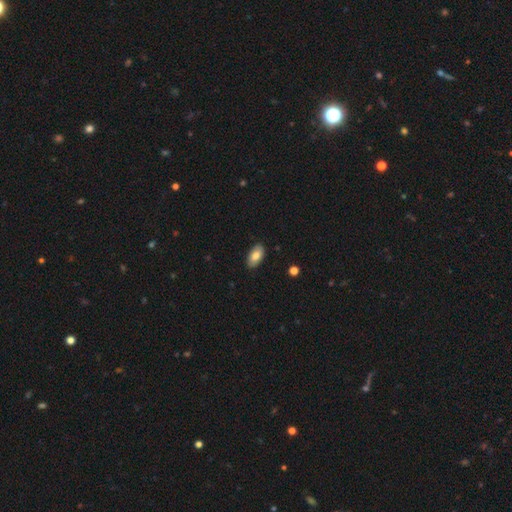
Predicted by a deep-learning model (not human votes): Overall: smooth (79%). How rounded: in between (94%). Merging: none (86%).